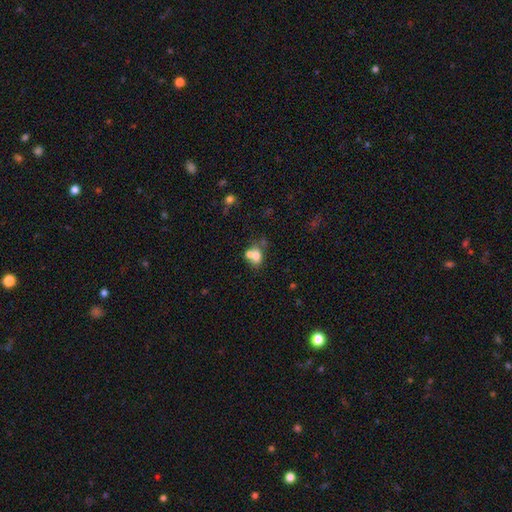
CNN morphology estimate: smooth 70%, featured or disk 18%, star or artifact 12%. Down the decision tree: how rounded — in between (54%); merging — merger (53%).